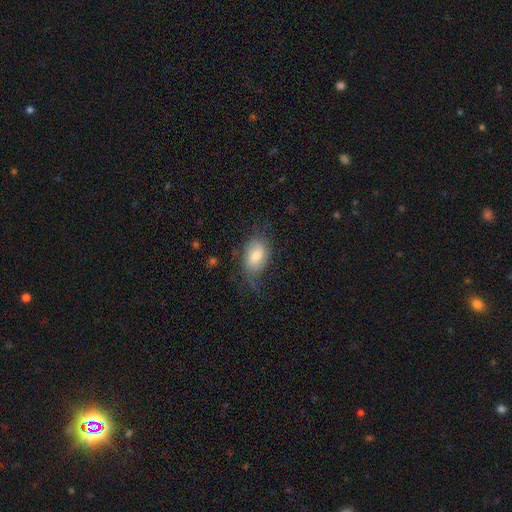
Smooth or featured? 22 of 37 (59%) said smooth. How rounded? 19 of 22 (86%) said in between. Merging? 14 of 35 (40%) said none.